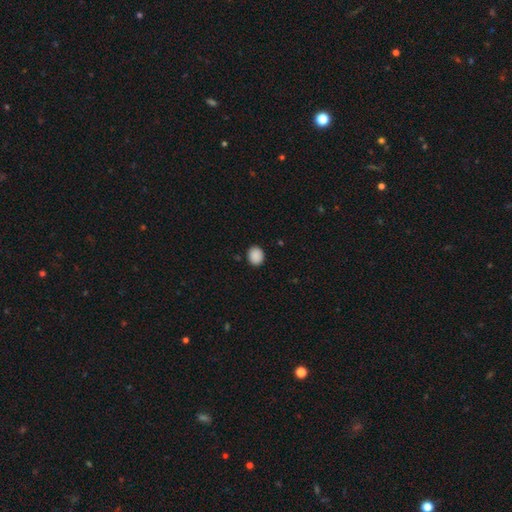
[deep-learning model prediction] The model was most divided on "how rounded": round: 67%, in between: 32%, cigar-shaped: 1%. More confident: smooth or featured — smooth (89%); merging — none (89%).